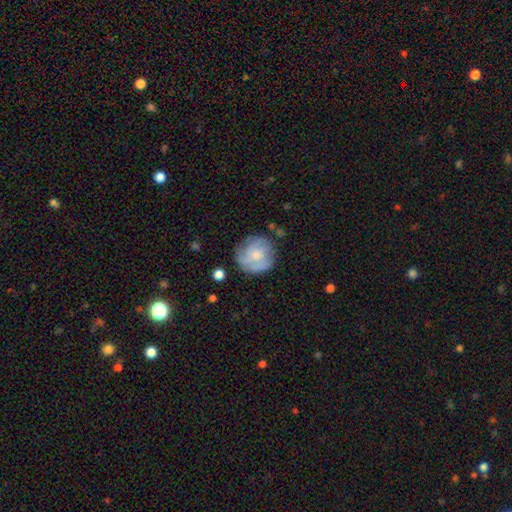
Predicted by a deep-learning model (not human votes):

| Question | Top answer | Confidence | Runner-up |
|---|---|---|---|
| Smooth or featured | smooth | 51% | featured or disk (42%) |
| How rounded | round | 90% | in between (9%) |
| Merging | none | 68% | minor disturbance (21%) |